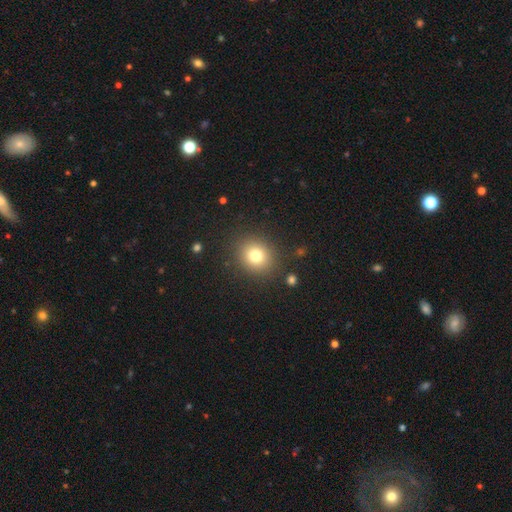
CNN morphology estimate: This appears to be a smooth galaxy with no disk features (78%) that is round (78%). Merging: none (88%).